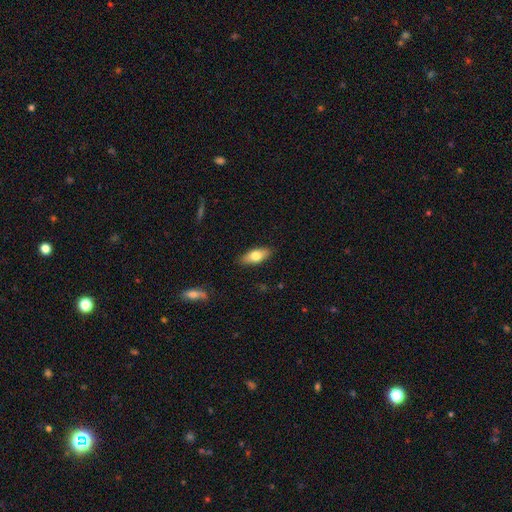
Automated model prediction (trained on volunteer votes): Smooth or featured: smooth — 72% (featured or disk — 22%)
How rounded: in between — 79% (cigar-shaped — 18%)
Merging: none — 87% (minor disturbance — 10%)